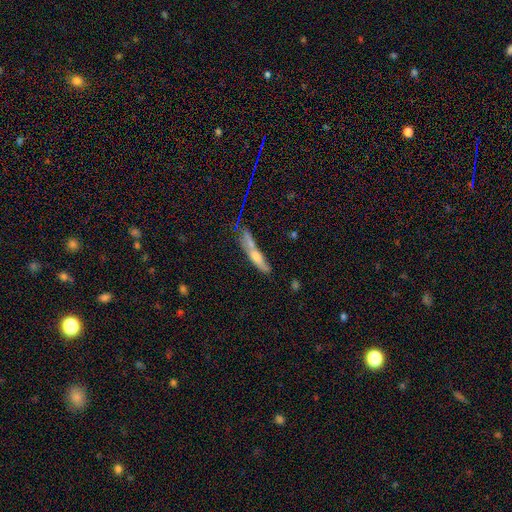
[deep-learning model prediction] This is possibly a smooth galaxy (51%). How rounded: clearly cigar-shaped (83%). Merging: marginally none (44%).